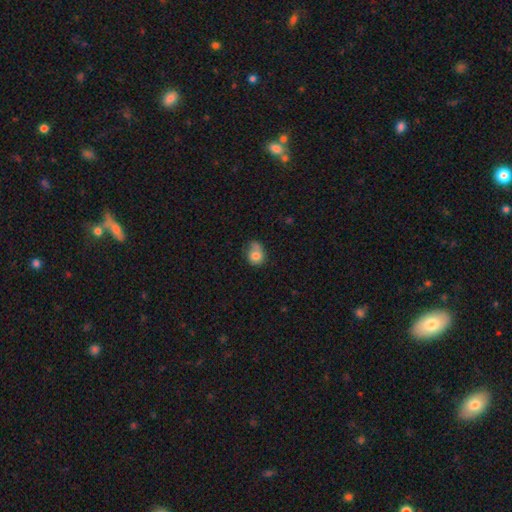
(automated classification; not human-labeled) Smooth or featured? smooth (75%)
How rounded? round (55%)
Merging? none (39%)